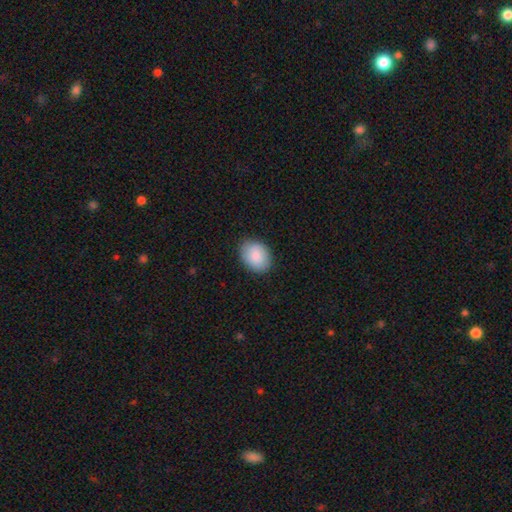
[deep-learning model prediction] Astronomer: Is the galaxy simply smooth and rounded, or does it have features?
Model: smooth — 89%.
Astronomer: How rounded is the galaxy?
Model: in between — 74%.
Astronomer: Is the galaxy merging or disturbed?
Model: none — 87%.